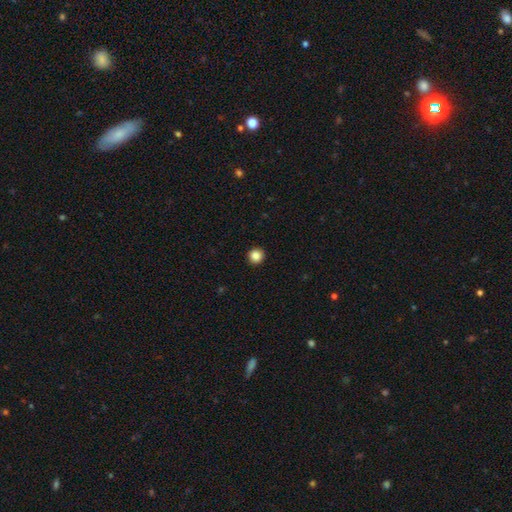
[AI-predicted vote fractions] Smooth or featured? Predicted: smooth (p=0.86). How rounded? Predicted: round (p=0.95). Merging? Predicted: none (p=0.93).